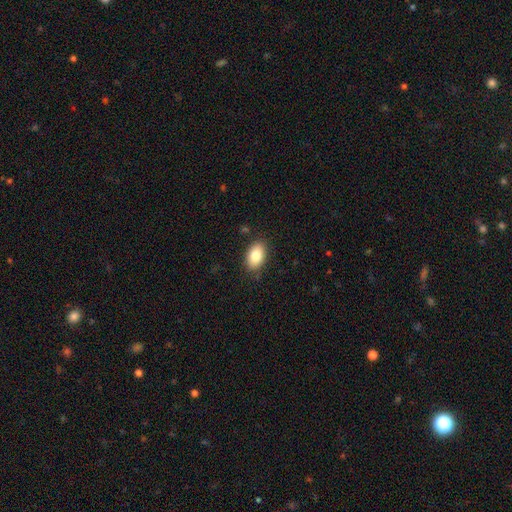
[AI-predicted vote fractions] Q: Smooth or featured?
A: smooth (83%); runner-up: featured or disk (9%)
Q: How rounded?
A: in between (91%); runner-up: round (8%)
Q: Merging?
A: none (85%); runner-up: minor disturbance (11%)